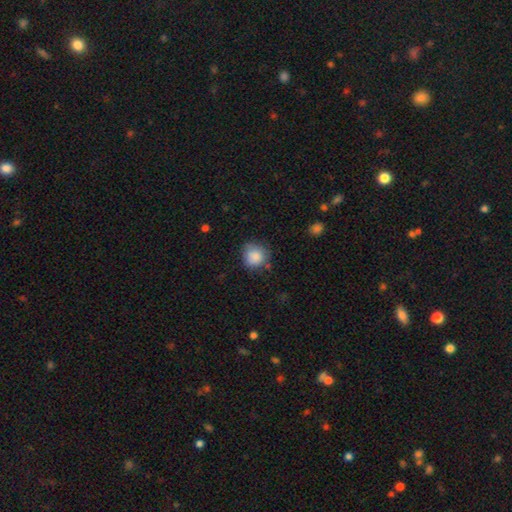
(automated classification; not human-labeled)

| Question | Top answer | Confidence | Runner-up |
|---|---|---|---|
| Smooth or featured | smooth | 85% | star or artifact (9%) |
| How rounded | round | 85% | in between (14%) |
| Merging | none | 68% | minor disturbance (24%) |